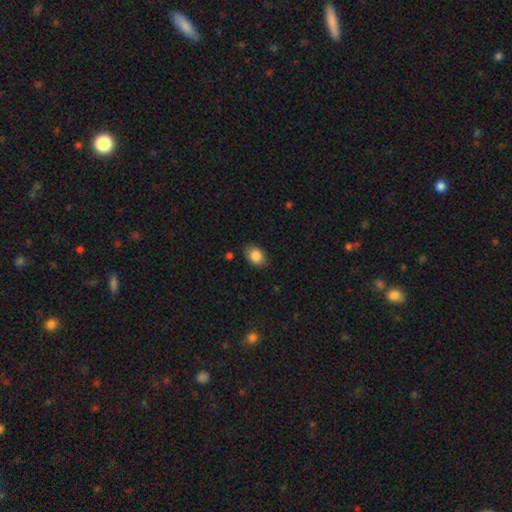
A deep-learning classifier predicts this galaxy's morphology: Smooth or featured?
  - smooth: 85% *
  - star or artifact: 8%
  - featured or disk: 7%
How rounded?
  - in between: 76% *
  - round: 23%
  - cigar-shaped: 1%
Merging?
  - none: 84% *
  - minor disturbance: 12%
  - major disturbance: 3%
  - merger: 1%